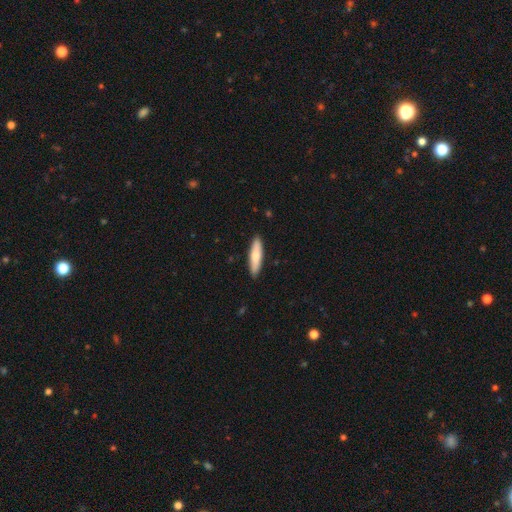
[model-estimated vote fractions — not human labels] smooth-or-featured: smooth: 72% | featured or disk: 23% | star or artifact: 5%
  how-rounded: cigar-shaped: 74% | in between: 24% | round: 2%
  merging: none: 90% | minor disturbance: 7% | major disturbance: 1% | merger: 1%